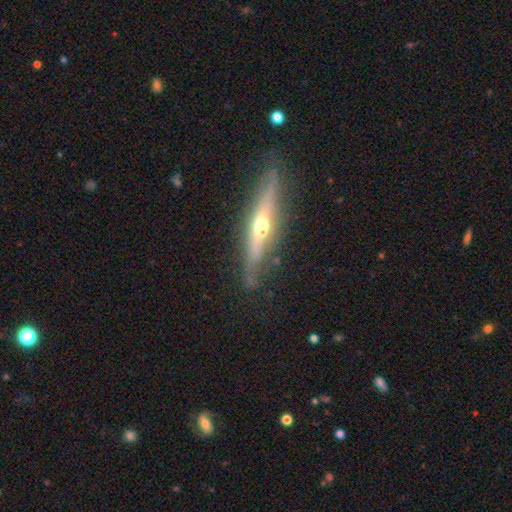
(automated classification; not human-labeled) The model was most divided on "smooth or featured": featured or disk: 72%, smooth: 22%, star or artifact: 6%. More confident: edge-on disk — yes (91%); edge-on bulge — rounded (87%); merging — none (81%).